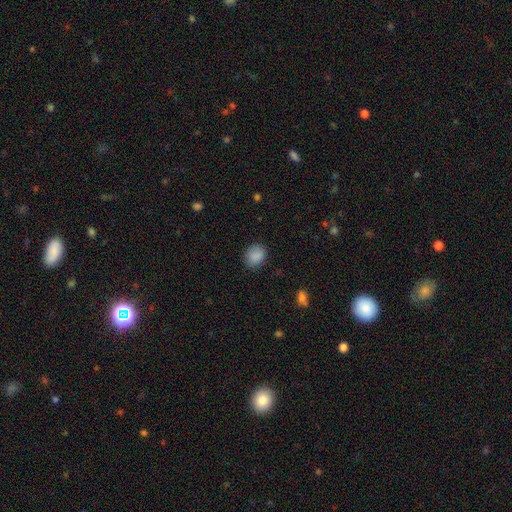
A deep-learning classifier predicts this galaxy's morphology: Overall: smooth (88%). How rounded: round (55%; in between 44%). Merging: none (85%).